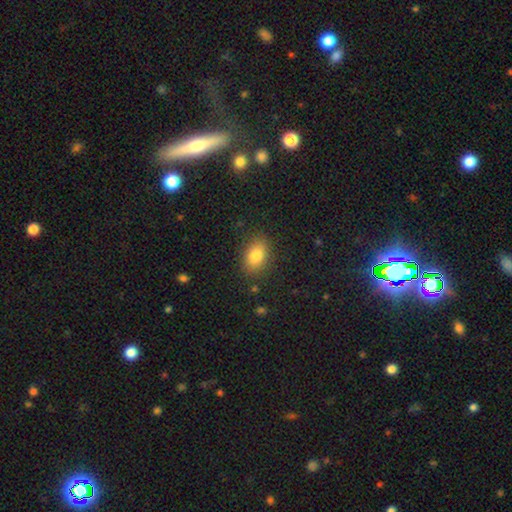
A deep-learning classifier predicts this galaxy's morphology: A smooth galaxy with no disk features (83%) that is in between round and cigar-shaped (85%).

Vote fractions:
- Smooth or featured? smooth: 83% / star or artifact: 9% / featured or disk: 8%
- How rounded? in between: 85% / round: 14% / cigar-shaped: 2%
- Merging? none: 85% / minor disturbance: 11% / major disturbance: 3% / merger: 1%